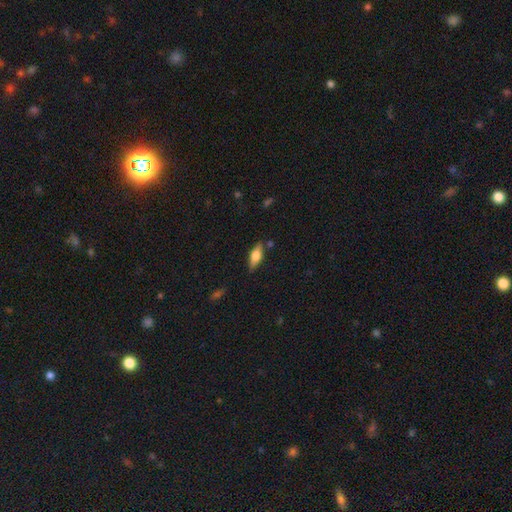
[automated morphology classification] smooth_or_featured: smooth (p=0.56) [alt: featured or disk p=0.37]
how_rounded: in between (p=0.67) [alt: cigar-shaped p=0.30]
merging: none (p=0.81) [alt: minor disturbance p=0.13]